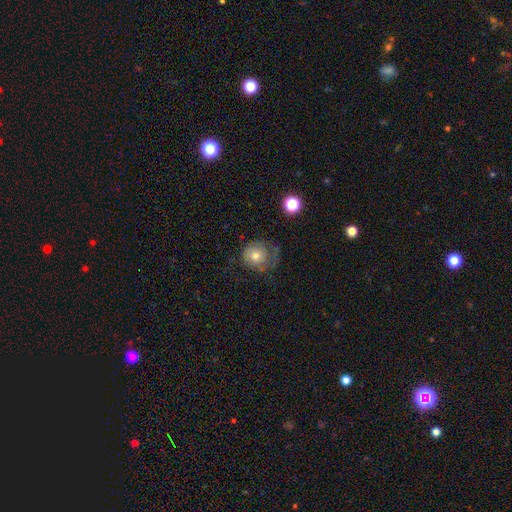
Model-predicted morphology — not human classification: Q: Smooth or featured?
A: smooth (55%); runner-up: featured or disk (34%)
Q: How rounded?
A: round (85%); runner-up: in between (14%)
Q: Merging?
A: none (51%); runner-up: minor disturbance (24%)